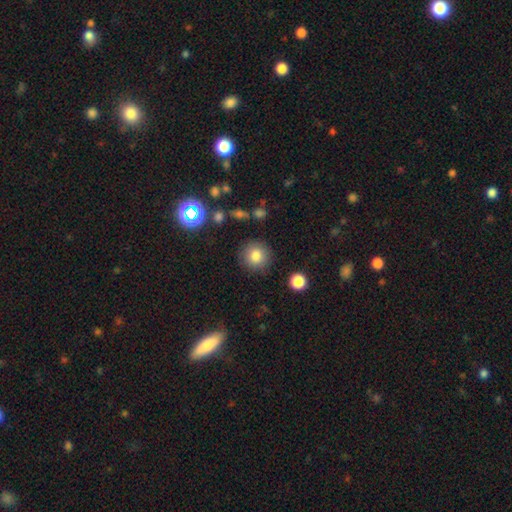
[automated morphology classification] Smooth or featured? Predicted: smooth (p=0.81). How rounded? Predicted: round (p=0.93). Merging? Predicted: none (p=0.88).